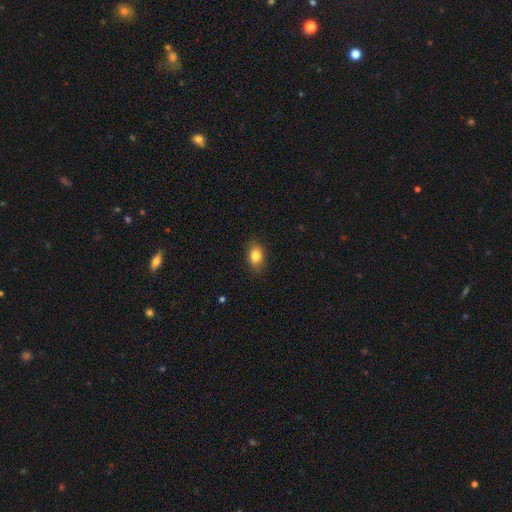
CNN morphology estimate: smooth 82%, featured or disk 9%, star or artifact 9%. Down the decision tree: how rounded — in between (76%); merging — none (84%).